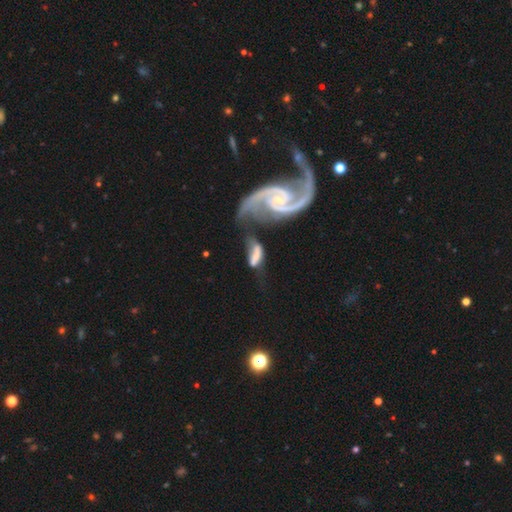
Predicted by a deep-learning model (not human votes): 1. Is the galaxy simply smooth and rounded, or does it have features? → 57% featured or disk, 34% smooth, 9% star or artifact.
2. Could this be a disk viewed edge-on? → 92% no, 8% yes.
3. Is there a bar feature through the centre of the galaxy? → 42% no, 30% weak, 28% strong.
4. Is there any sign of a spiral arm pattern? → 74% yes, 26% no.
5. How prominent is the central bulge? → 38% small, 34% none, 18% moderate, 6% large, 3% dominant.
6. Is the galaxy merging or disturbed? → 43% merger, 25% major disturbance, 18% none, 14% minor disturbance.